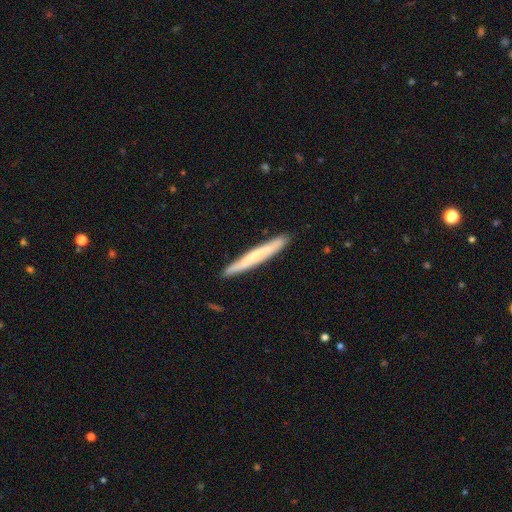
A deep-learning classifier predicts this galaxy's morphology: The model was most divided on "smooth or featured": smooth: 52%, featured or disk: 42%, star or artifact: 6%. More confident: how rounded — cigar-shaped (96%); merging — none (89%).